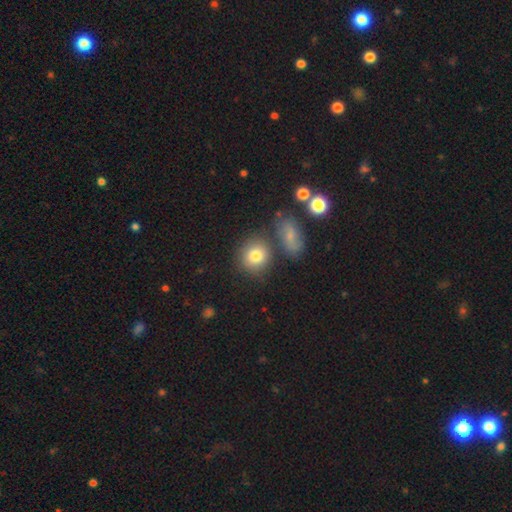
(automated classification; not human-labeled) smooth-or-featured: smooth: 81% | star or artifact: 10% | featured or disk: 9%
  how-rounded: round: 82% | in between: 17% | cigar-shaped: 1%
  merging: none: 72% | merger: 14% | minor disturbance: 11% | major disturbance: 4%